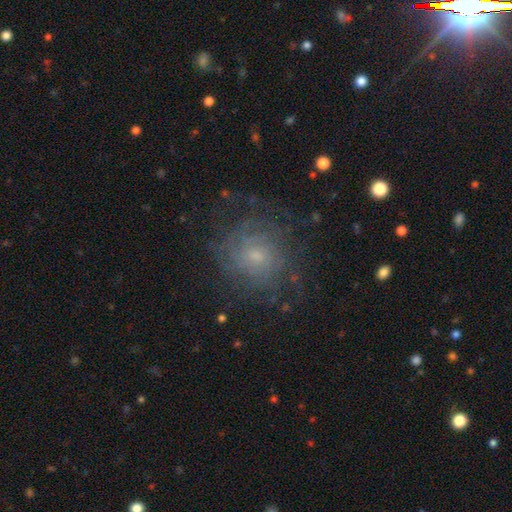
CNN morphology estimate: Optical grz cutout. It shows a featured or disk galaxy (52%) with no bar (77%), spiral arms (76%) and a small central bulge (67%). Merging: none (73%).